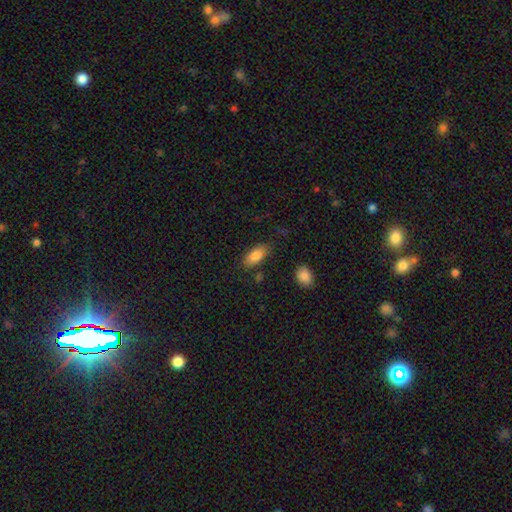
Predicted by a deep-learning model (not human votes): Q: Smooth or featured?
A: smooth (83%); runner-up: featured or disk (10%)
Q: How rounded?
A: in between (87%); runner-up: cigar-shaped (10%)
Q: Merging?
A: none (78%); runner-up: minor disturbance (15%)